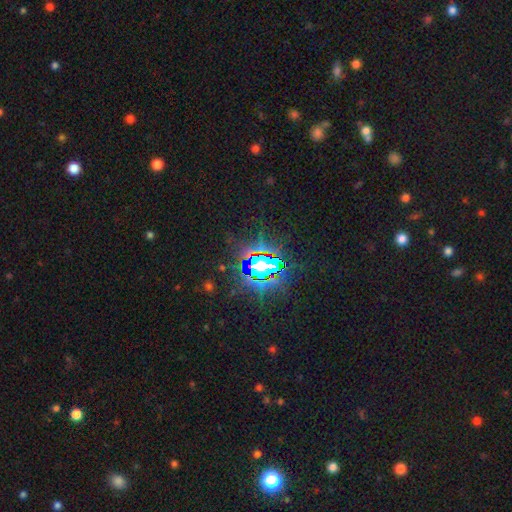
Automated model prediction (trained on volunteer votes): star or artifact 76%, smooth 12%, featured or disk 12%.